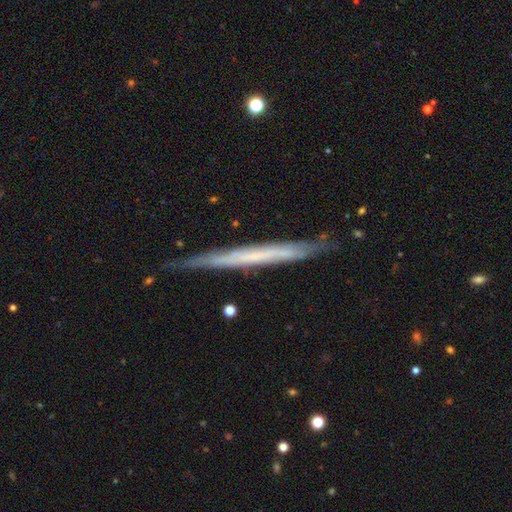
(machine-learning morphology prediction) Smooth or featured: featured or disk — 59% (smooth — 34%)
Edge-on disk: yes — 94% (no — 6%)
Edge-on bulge: none — 89% (rounded — 6%)
Merging: none — 81% (minor disturbance — 15%)